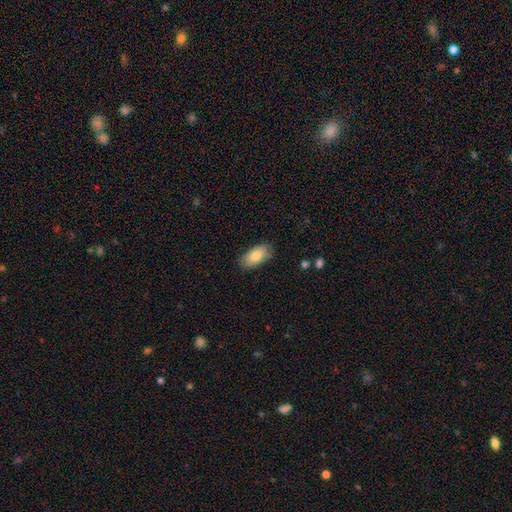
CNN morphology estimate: Q: Smooth or featured?
A: smooth (82%); runner-up: featured or disk (12%)
Q: How rounded?
A: in between (93%); runner-up: cigar-shaped (4%)
Q: Merging?
A: none (83%); runner-up: minor disturbance (13%)